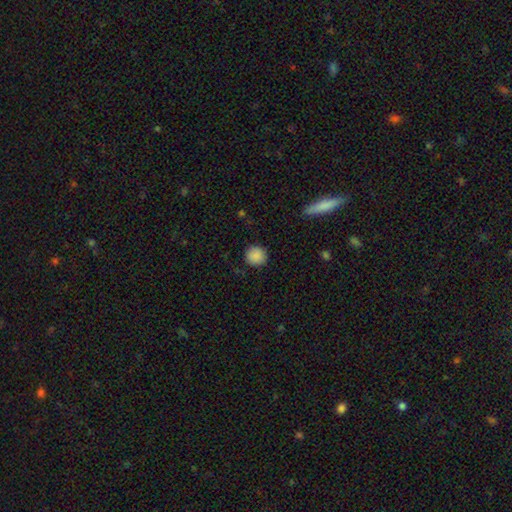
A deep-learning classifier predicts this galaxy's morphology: Smooth or featured? smooth (89%)
How rounded? round (93%)
Merging? none (90%)